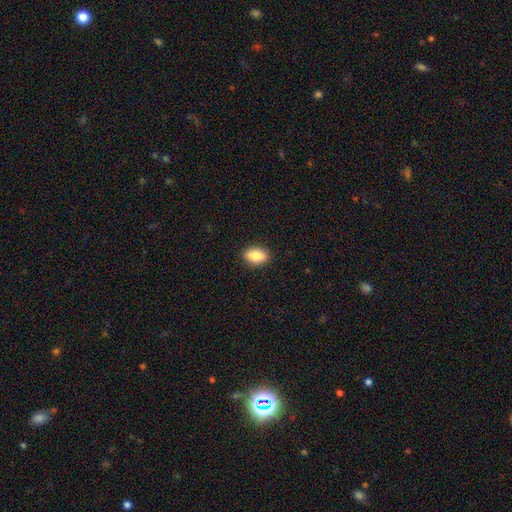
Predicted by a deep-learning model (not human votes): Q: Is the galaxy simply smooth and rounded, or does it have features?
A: smooth — 86%.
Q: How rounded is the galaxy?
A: in between — 87%.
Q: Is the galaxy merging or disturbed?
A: none — 89%.